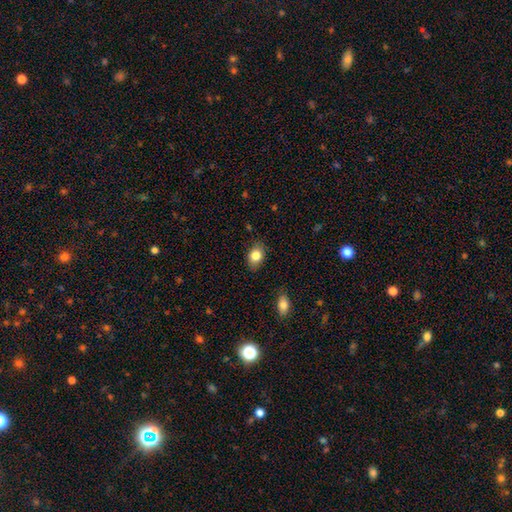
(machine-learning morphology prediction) Smooth or featured? smooth (83%)
How rounded? in between (72%)
Merging? none (83%)